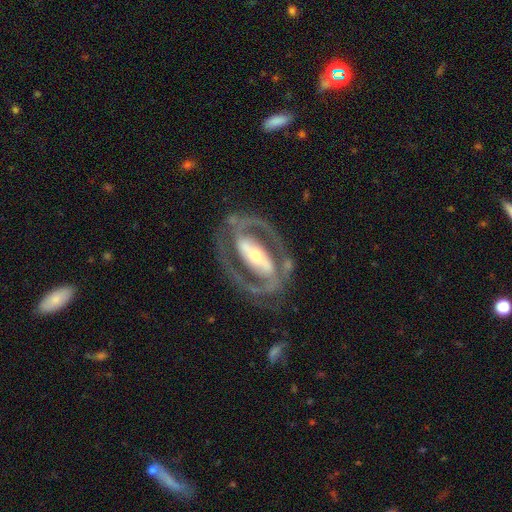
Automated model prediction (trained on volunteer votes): A featured or disk galaxy (90%) with a strong bar (74%), 2 (89%) medium (47%) spiral arms (90%) and a moderate central bulge (56%). Merging: none (76%).